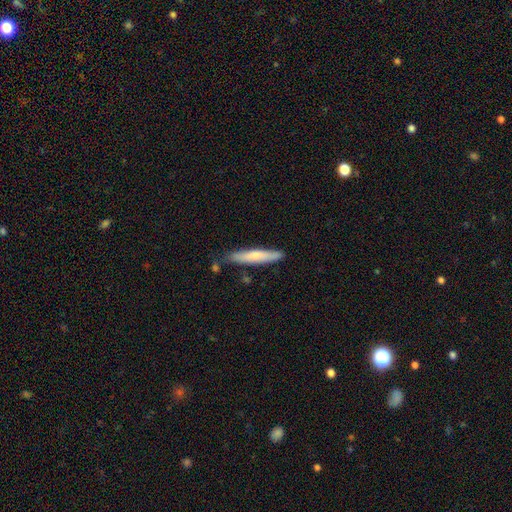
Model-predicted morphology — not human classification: Smooth or featured? smooth (65%)
How rounded? cigar-shaped (92%)
Merging? none (80%)